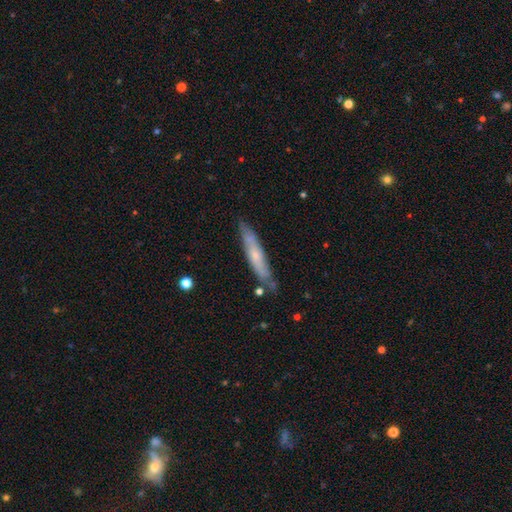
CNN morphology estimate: featured or disk 50%, smooth 43%, star or artifact 6%. Down the decision tree: edge-on disk — yes (67%); merging — none (76%).